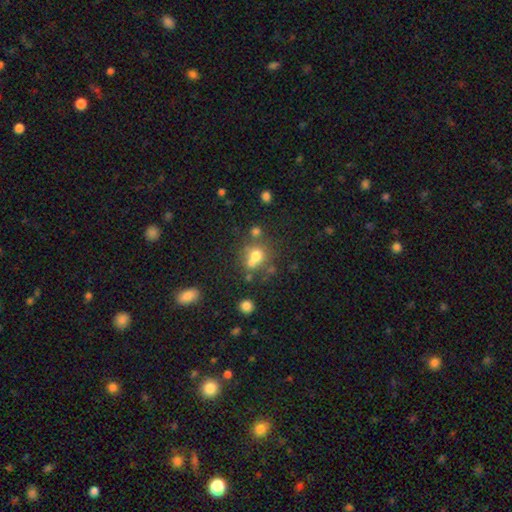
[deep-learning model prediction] The model was most divided on "merging": none: 47%, merger: 35%, minor disturbance: 12%, major disturbance: 7%. More confident: how rounded — round (78%); smooth or featured — smooth (67%).